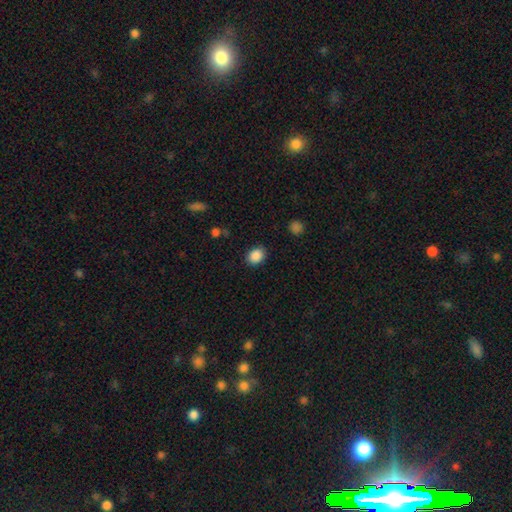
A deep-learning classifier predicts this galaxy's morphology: smooth 88%, star or artifact 9%, featured or disk 3%. Down the decision tree: how rounded — in between (52%); merging — none (87%).